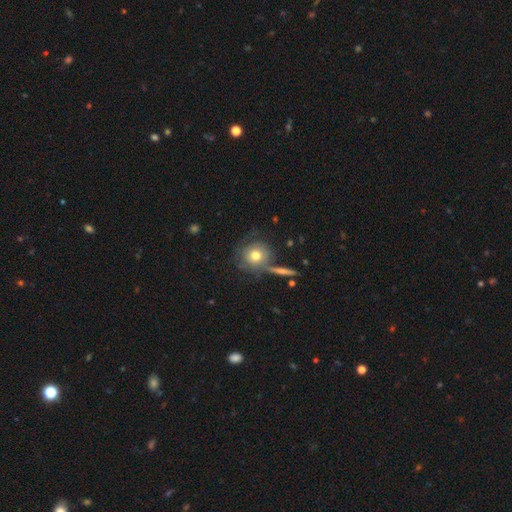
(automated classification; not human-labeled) The model was most divided on "smooth or featured": smooth: 65%, featured or disk: 25%, star or artifact: 9%. More confident: how rounded — round (90%); merging — none (63%).